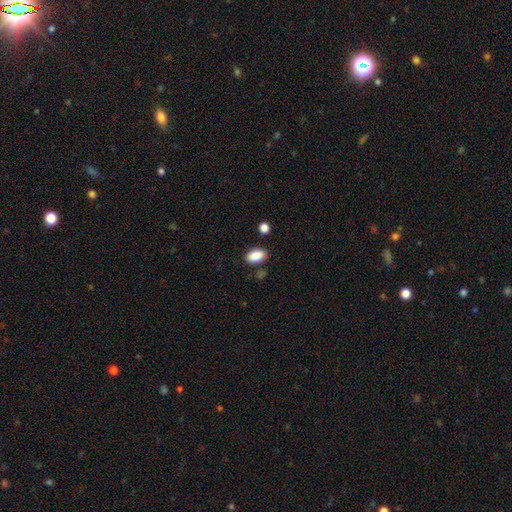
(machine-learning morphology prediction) smooth-or-featured: smooth: 89% | star or artifact: 7% | featured or disk: 4%
  how-rounded: in between: 91% | round: 7% | cigar-shaped: 2%
  merging: none: 82% | minor disturbance: 11% | merger: 4% | major disturbance: 3%